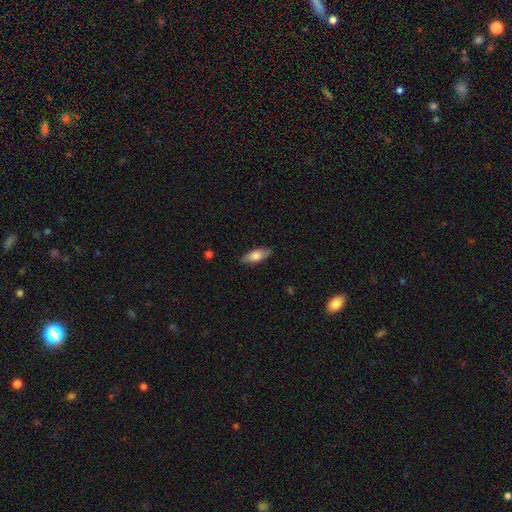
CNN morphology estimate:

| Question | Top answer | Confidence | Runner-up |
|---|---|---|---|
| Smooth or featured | smooth | 70% | featured or disk (24%) |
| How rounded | in between | 75% | cigar-shaped (22%) |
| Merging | none | 85% | minor disturbance (12%) |